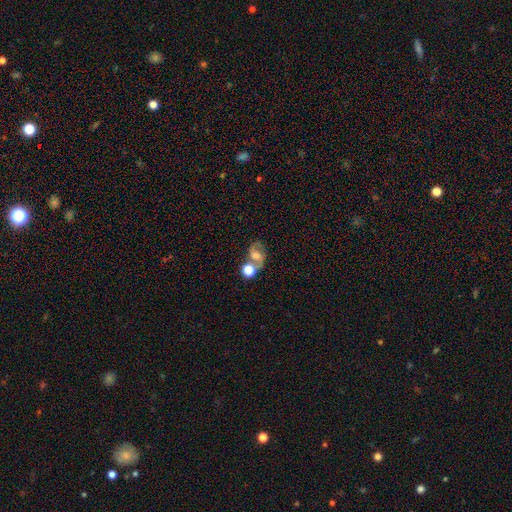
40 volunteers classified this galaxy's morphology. This appears to be a featured or disk galaxy (70%) with a weak bar (44%), 2 (92%) medium (46%) spiral arms (89%) and a moderate central bulge (52%). Merging: none (47%).